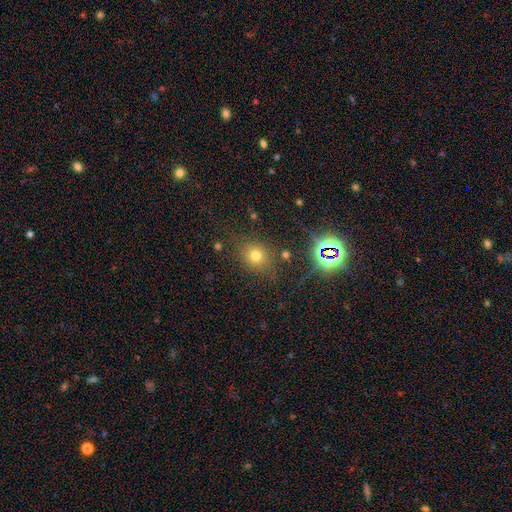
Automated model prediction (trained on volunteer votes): This appears to be a smooth galaxy with no disk features (64%) that is round (75%). Merging: none (79%).